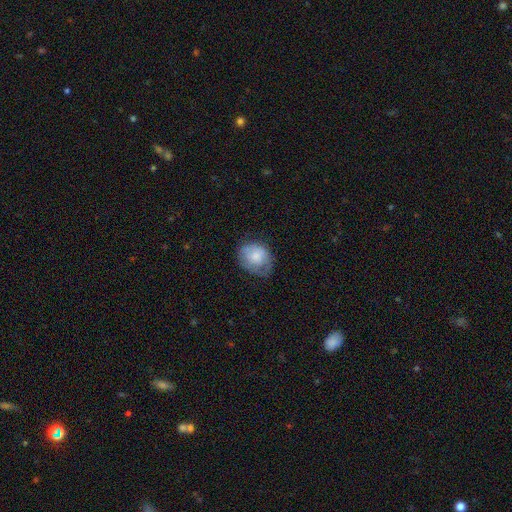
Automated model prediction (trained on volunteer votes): Smooth or featured: smooth — 71% (featured or disk — 21%)
How rounded: round — 58% (in between — 41%)
Merging: none — 53% (minor disturbance — 31%)